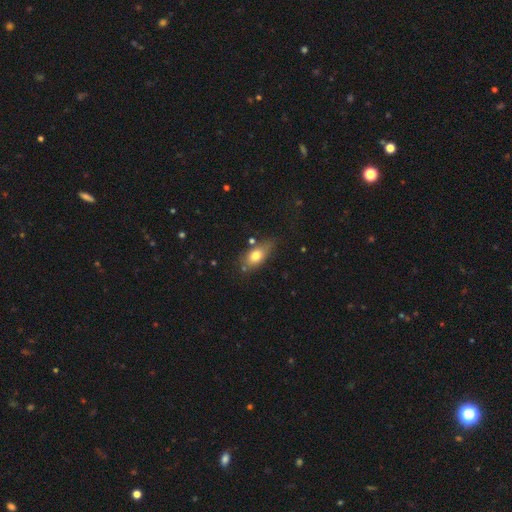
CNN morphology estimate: Overall: smooth (75%). How rounded: in between (82%). Merging: none (62%; minor disturbance 25%).